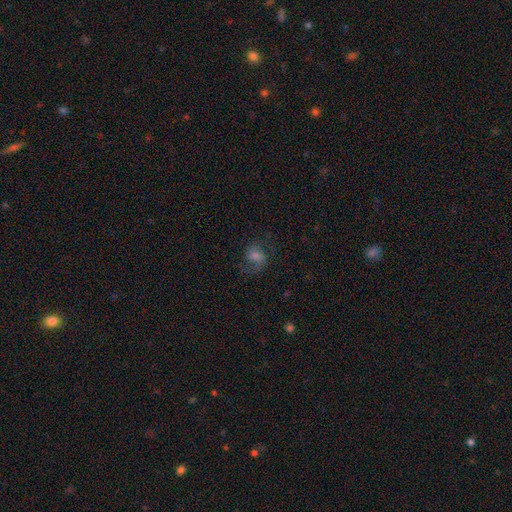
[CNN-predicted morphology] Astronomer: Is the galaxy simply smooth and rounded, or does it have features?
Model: featured or disk — 56%.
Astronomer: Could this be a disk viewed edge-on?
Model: no — 97%.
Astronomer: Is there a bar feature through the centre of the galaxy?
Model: no — 54% (runner-up: weak, 38%).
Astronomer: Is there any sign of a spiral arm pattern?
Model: yes — 91%.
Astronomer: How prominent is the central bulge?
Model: moderate — 35% (runner-up: small, 30%).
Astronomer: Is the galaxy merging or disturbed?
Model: none — 62%.